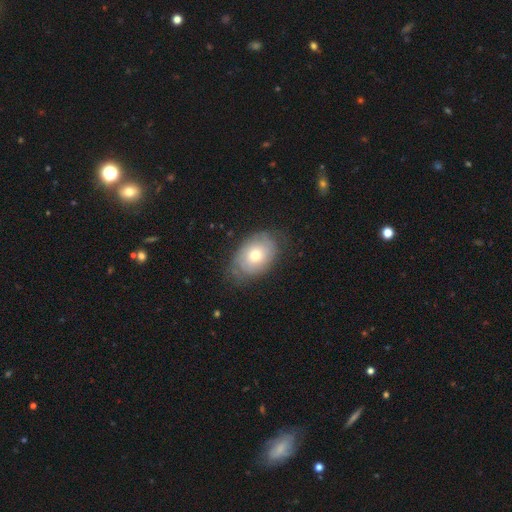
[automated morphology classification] The model was most divided on "smooth or featured": smooth: 54%, featured or disk: 38%, star or artifact: 8%. More confident: how rounded — in between (80%); merging — none (69%).